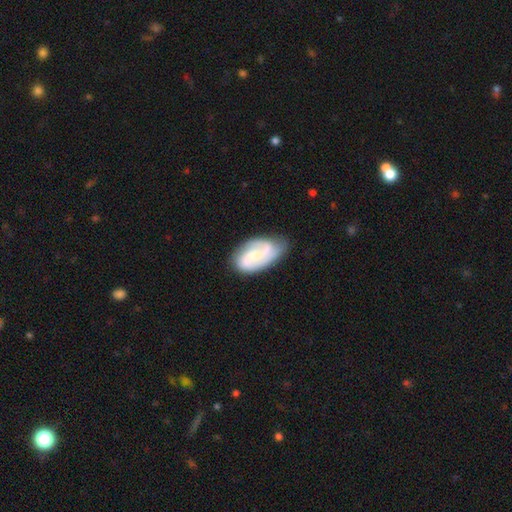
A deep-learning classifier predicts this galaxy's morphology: smooth-or-featured: featured or disk: 77% | smooth: 18% | star or artifact: 5%
  disk-edge-on: no: 97% | yes: 3%
    bar: weak: 46% | no: 41% | strong: 14%
    has-spiral-arms: yes: 95% | no: 5%
      spiral-winding: medium: 48% | loose: 26% | tight: 26%
      spiral-arm-count: 2: 76% | can't tell: 9% | 3: 9% | 1: 4% | 4: 2% | more than 4: 1%
    bulge-size: small: 50% | moderate: 38% | none: 7% | large: 3% | dominant: 1%
  merging: none: 66% | minor disturbance: 24% | major disturbance: 7% | merger: 2%